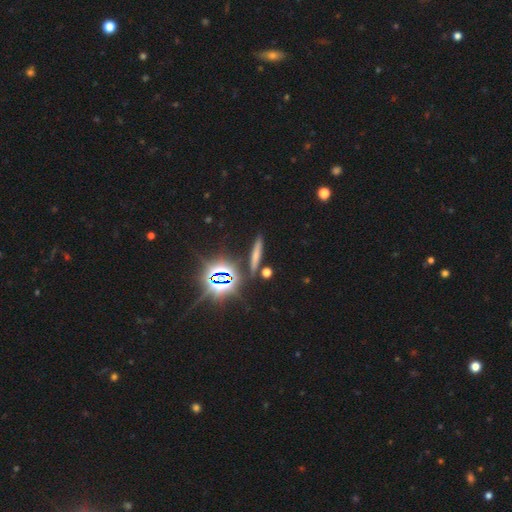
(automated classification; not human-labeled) The model was most divided on "smooth or featured": smooth: 53%, star or artifact: 29%, featured or disk: 19%. More confident: merging — none (84%); how rounded — cigar-shaped (83%).